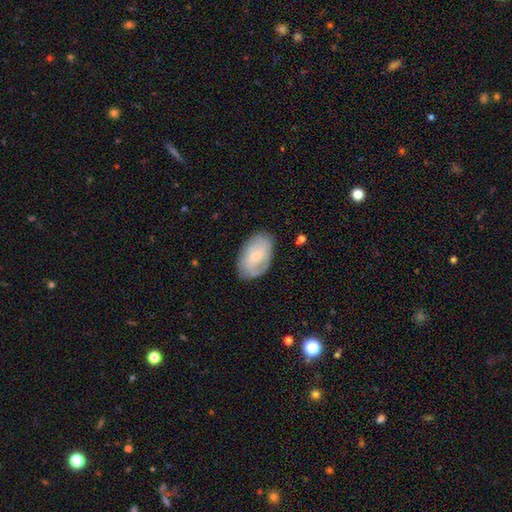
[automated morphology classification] This is possibly a smooth galaxy (48%). Merging: likely none (77%).